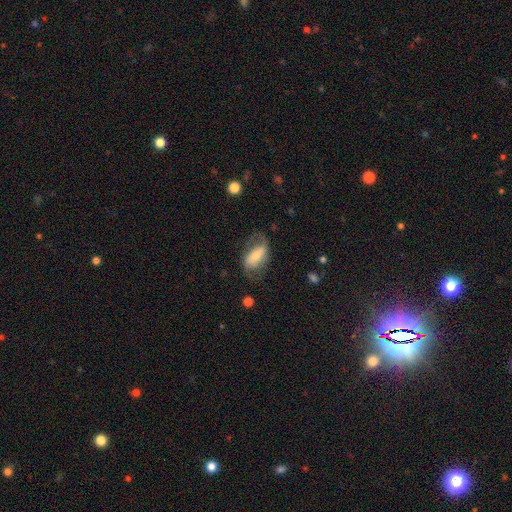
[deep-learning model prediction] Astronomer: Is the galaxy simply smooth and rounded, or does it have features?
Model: featured or disk — 55% (runner-up: smooth, 38%).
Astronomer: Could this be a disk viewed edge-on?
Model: no — 90%.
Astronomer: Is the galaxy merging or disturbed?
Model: none — 59%.